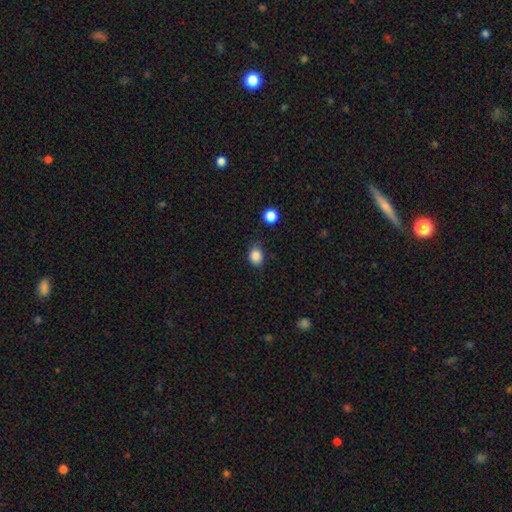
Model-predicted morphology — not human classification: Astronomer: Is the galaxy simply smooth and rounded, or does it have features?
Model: smooth — 86%.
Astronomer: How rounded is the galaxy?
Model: round — 53% (runner-up: in between, 46%).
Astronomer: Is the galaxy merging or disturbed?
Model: none — 75%.